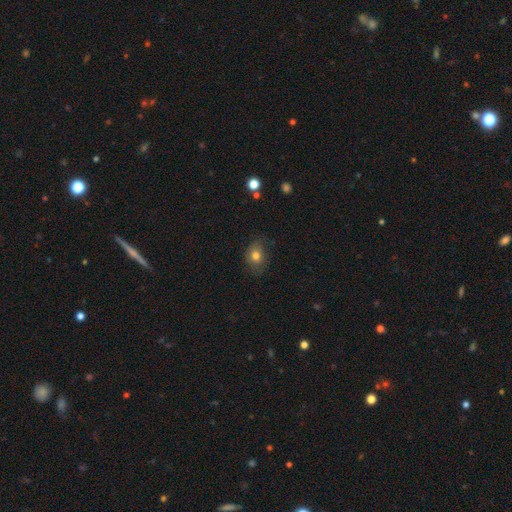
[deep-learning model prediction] Smooth or featured? smooth (76%)
How rounded? in between (52%)
Merging? none (71%)